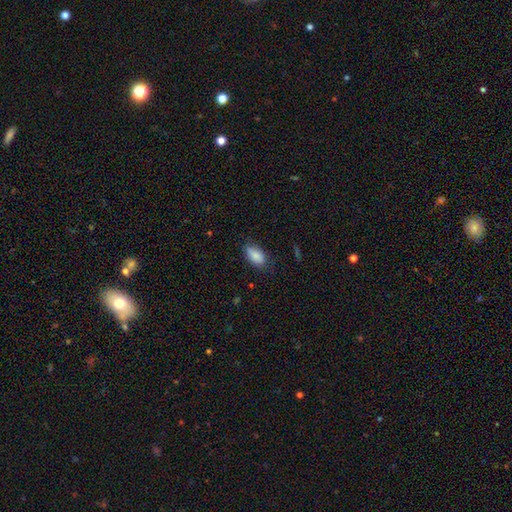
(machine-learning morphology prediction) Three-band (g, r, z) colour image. It shows a smooth galaxy with no disk features (86%) that is in between round and cigar-shaped (92%). Merging: none (74%).